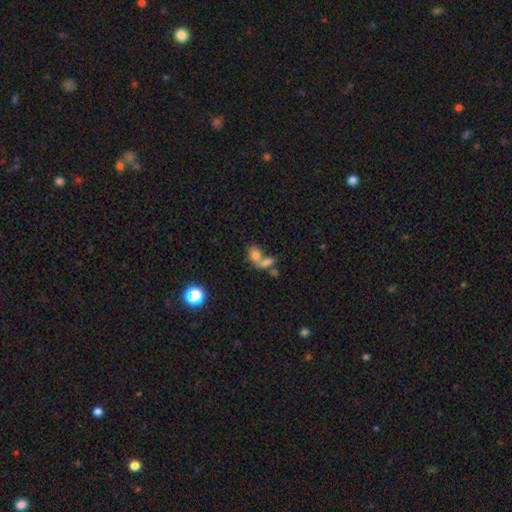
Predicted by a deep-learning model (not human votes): Smooth or featured? Predicted: smooth (p=0.70). How rounded? Predicted: in between (p=0.75). Merging? Predicted: merger (p=0.64).